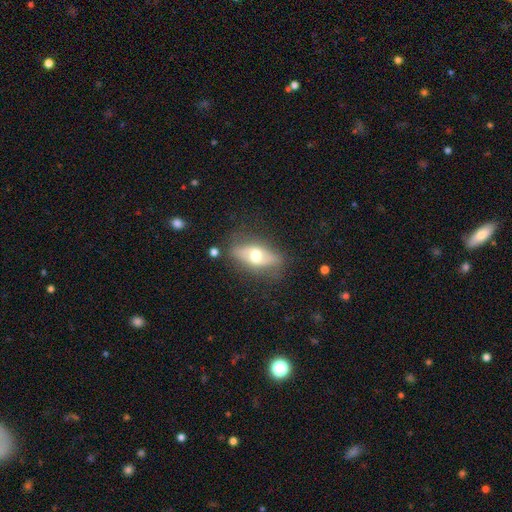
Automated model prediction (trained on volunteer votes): Overall: featured or disk (47%; smooth 46%). Merging: none (72%).